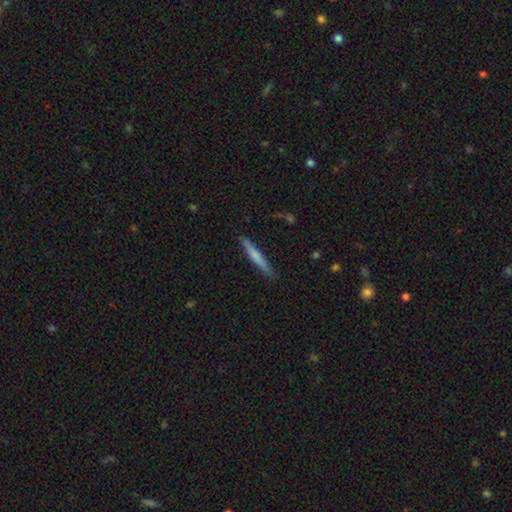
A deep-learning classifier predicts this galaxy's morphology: This appears to be a smooth galaxy with no disk features (56%) that is cigar-shaped (95%). Merging: none (86%).